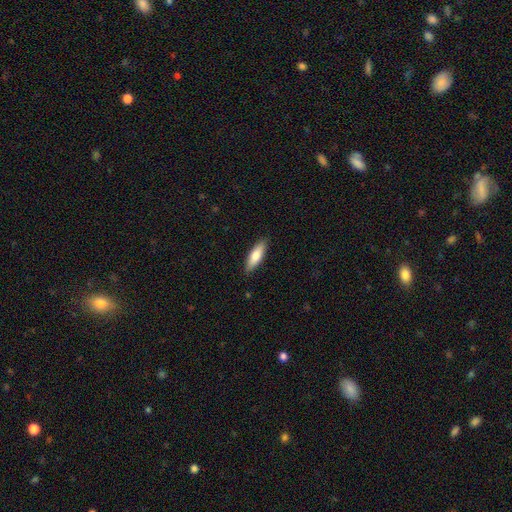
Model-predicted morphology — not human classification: Smooth or featured? Predicted: smooth (p=0.74). How rounded? Predicted: in between (p=0.49, tied with cigar-shaped). Merging? Predicted: none (p=0.88).